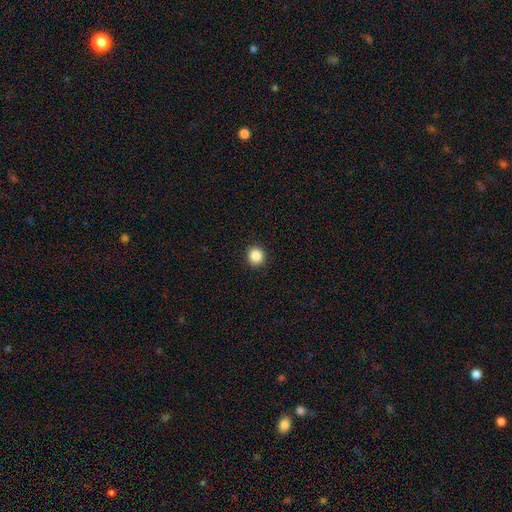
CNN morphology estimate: The model was most divided on "smooth or featured": smooth: 87%, star or artifact: 10%, featured or disk: 3%. More confident: merging — none (93%); how rounded — round (90%).